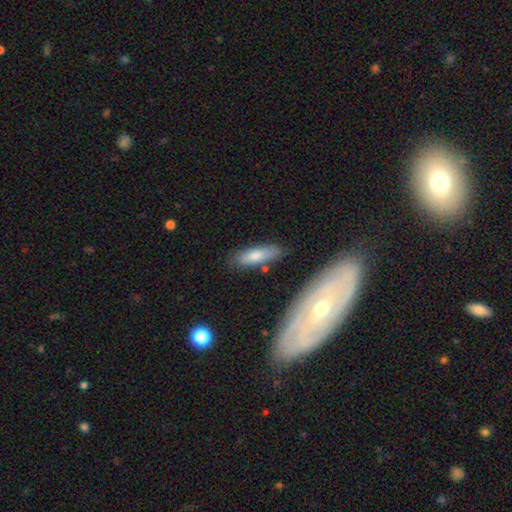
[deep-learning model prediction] smooth 74%, featured or disk 19%, star or artifact 6%. Down the decision tree: how rounded — cigar-shaped (51%); merging — none (76%).